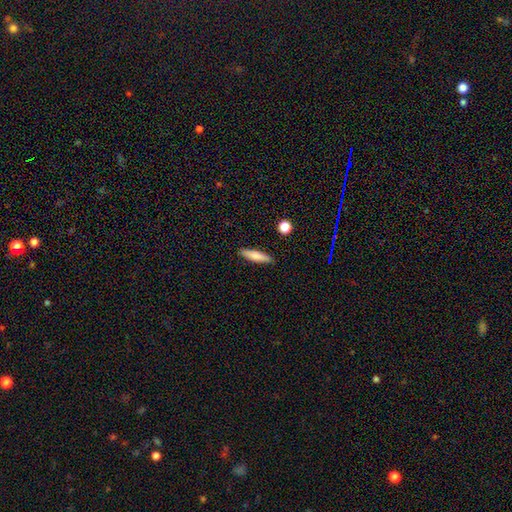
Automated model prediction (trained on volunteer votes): Q: Smooth or featured?
A: smooth (77%); runner-up: featured or disk (16%)
Q: How rounded?
A: cigar-shaped (80%); runner-up: in between (18%)
Q: Merging?
A: none (89%); runner-up: minor disturbance (8%)